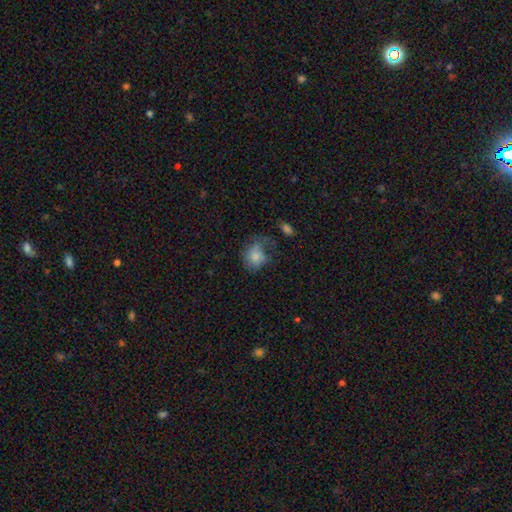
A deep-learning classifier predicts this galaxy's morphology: This appears to be a smooth galaxy with no disk features (69%) that is round (57%). Merging: major disturbance (39%).